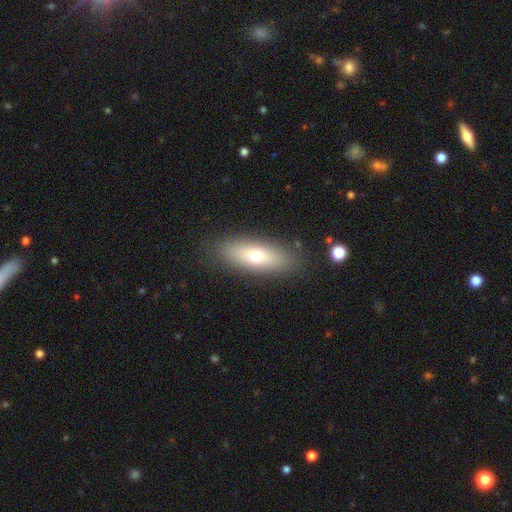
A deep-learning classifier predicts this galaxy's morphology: A smooth galaxy with no disk features (66%) that is in between round and cigar-shaped (66%).

Vote fractions:
- Smooth or featured? smooth: 66% / featured or disk: 26% / star or artifact: 8%
- How rounded? in between: 66% / cigar-shaped: 30% / round: 4%
- Merging? none: 86% / minor disturbance: 9% / major disturbance: 3% / merger: 1%